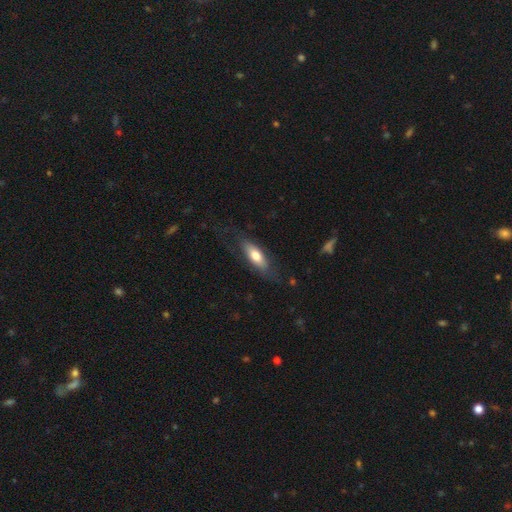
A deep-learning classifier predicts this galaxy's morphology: A smooth galaxy with no disk features (68%) that is in between round and cigar-shaped (61%). Merging: none (70%).